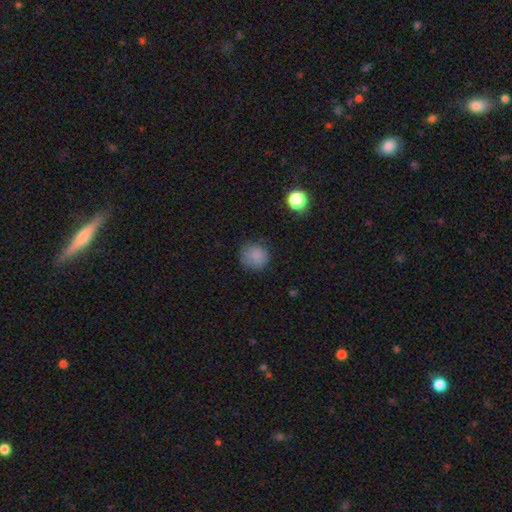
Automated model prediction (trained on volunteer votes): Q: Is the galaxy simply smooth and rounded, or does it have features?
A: smooth — 85%.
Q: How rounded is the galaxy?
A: round — 91%.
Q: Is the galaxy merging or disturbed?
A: none — 83%.